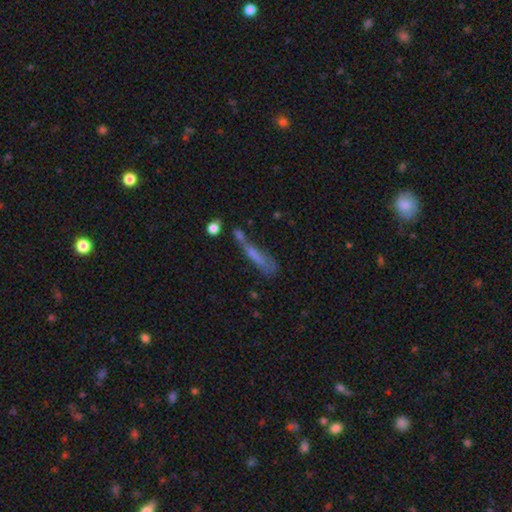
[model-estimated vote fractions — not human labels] The model was most divided on "merging": none: 39%, minor disturbance: 21%, major disturbance: 20%, merger: 20%. More confident: how rounded — cigar-shaped (84%); smooth or featured — smooth (55%).